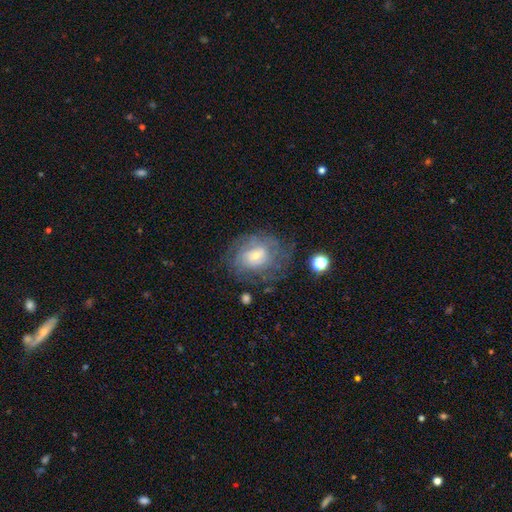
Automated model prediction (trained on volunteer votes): A featured or disk galaxy (59%) with no bar (71%), spiral arms (70%) and a small central bulge (59%).

Vote fractions:
- Smooth or featured? featured or disk: 59% / smooth: 31% / star or artifact: 10%
- Edge-on disk? no: 96% / yes: 4%
- Bar? no: 71% / weak: 25% / strong: 4%
- Spiral arms? yes: 70% / no: 30%
- Bulge size? small: 59% / moderate: 33% / large: 4% / none: 2% / dominant: 1%
- Merging? none: 63% / minor disturbance: 20% / major disturbance: 15% / merger: 2%